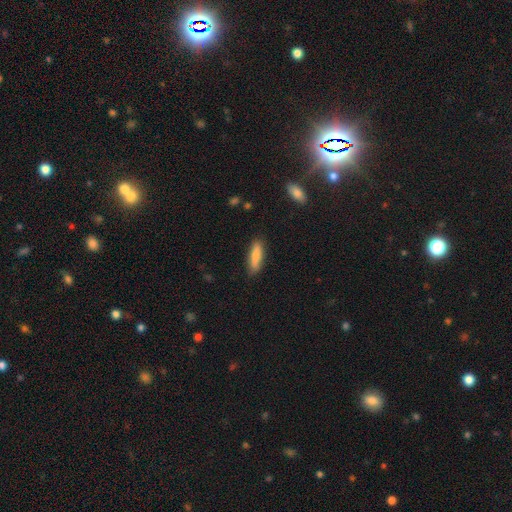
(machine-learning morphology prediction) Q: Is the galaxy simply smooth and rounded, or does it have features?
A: smooth — 77%.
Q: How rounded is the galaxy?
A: cigar-shaped — 63%.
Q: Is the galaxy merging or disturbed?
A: none — 84%.